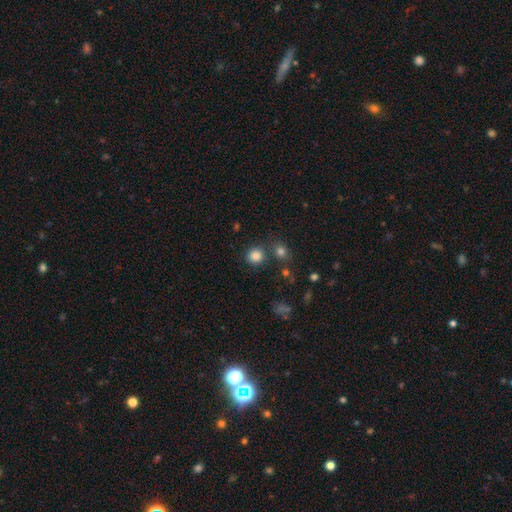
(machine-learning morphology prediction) This is clearly a smooth galaxy (84%). How rounded: clearly round (87%). Merging: likely none (78%).